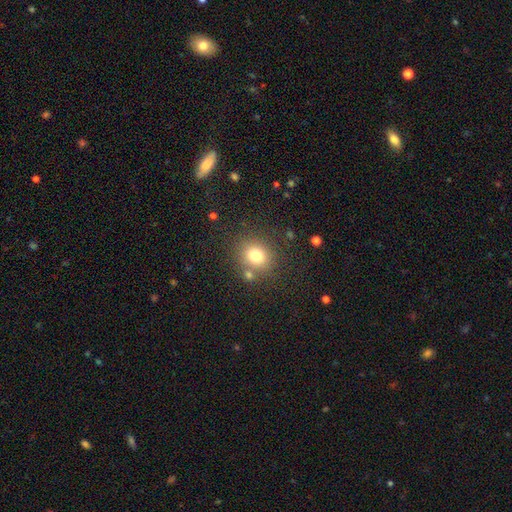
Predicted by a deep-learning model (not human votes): smooth_or_featured: smooth (p=0.77) [alt: star or artifact p=0.13]
how_rounded: round (p=0.76) [alt: in between p=0.24]
merging: none (p=0.75) [alt: minor disturbance p=0.11]